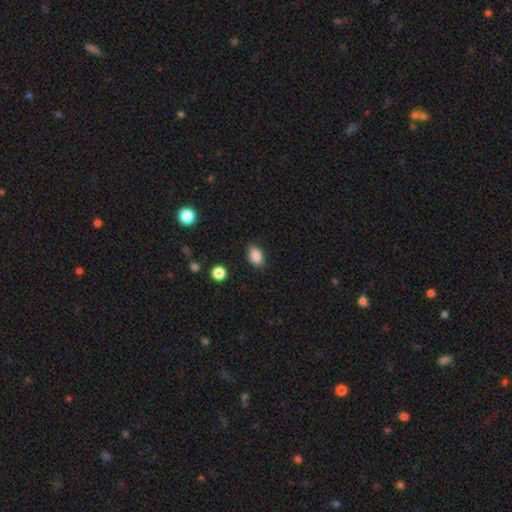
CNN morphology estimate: Smooth or featured? Predicted: smooth (p=0.85). How rounded? Predicted: in between (p=0.83). Merging? Predicted: none (p=0.85).